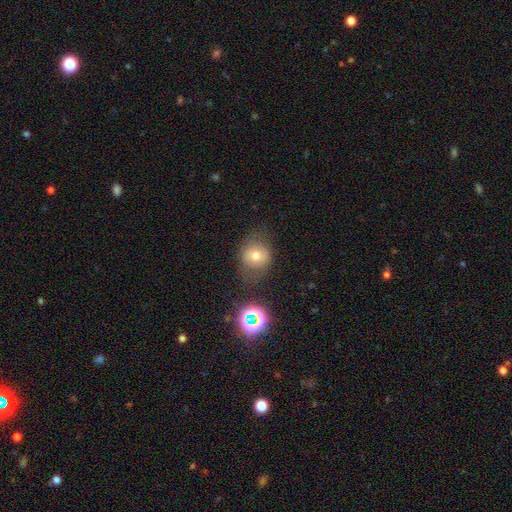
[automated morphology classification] smooth 65%, featured or disk 18%, star or artifact 17%. Down the decision tree: how rounded — round (78%); merging — none (66%).